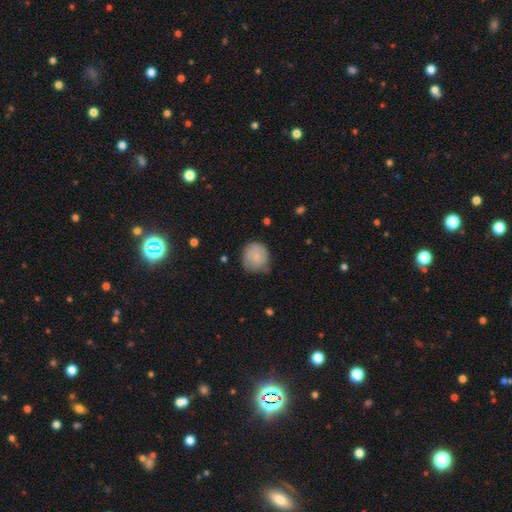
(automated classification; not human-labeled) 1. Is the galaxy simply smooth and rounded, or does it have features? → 73% smooth, 20% featured or disk, 7% star or artifact.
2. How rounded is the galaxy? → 85% round, 14% in between, 1% cigar-shaped.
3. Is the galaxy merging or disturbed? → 61% none, 31% minor disturbance, 7% major disturbance, 2% merger.